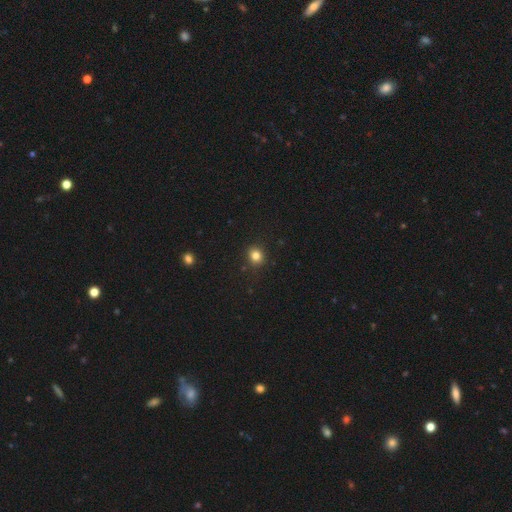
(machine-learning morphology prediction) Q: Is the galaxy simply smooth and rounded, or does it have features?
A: smooth — 82%.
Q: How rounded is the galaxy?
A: round — 76%.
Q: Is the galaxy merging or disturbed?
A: none — 88%.